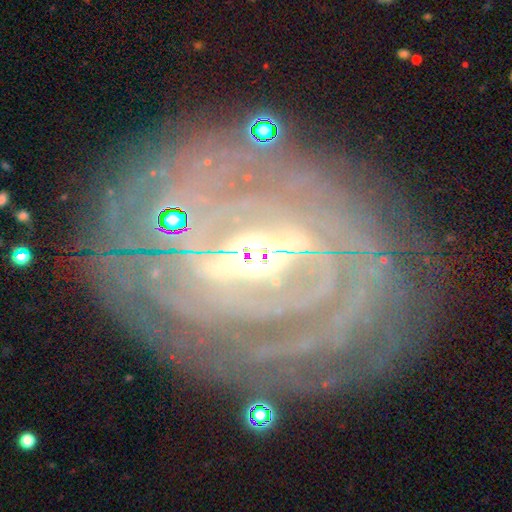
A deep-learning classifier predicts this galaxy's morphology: Q: Smooth or featured?
A: featured or disk (88%); runner-up: smooth (6%)
Q: Edge-on disk?
A: no (91%); runner-up: yes (9%)
Q: Bar?
A: strong (59%); runner-up: weak (25%)
Q: Spiral arms?
A: yes (85%); runner-up: no (15%)
Q: Spiral winding?
A: tight (69%); runner-up: medium (22%)
Q: Spiral arm count?
A: can't tell (34%); runner-up: 2 (25%)
Q: Bulge size?
A: moderate (53%); runner-up: small (29%)
Q: Merging?
A: none (71%); runner-up: minor disturbance (15%)